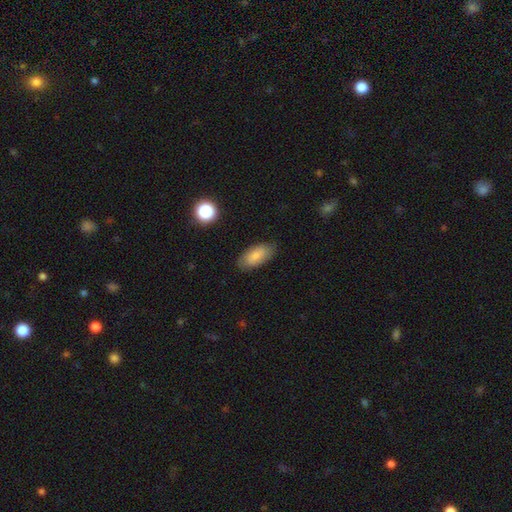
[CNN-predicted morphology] This is clearly a smooth galaxy (82%). How rounded: clearly in between (91%). Merging: clearly none (84%).